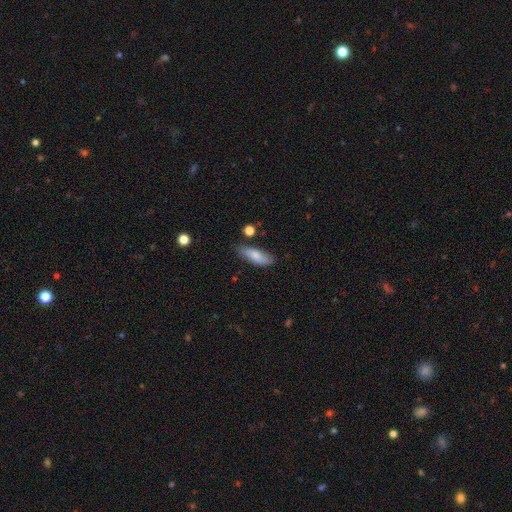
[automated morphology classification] smooth_or_featured: smooth (p=0.79) [alt: featured or disk p=0.15]
how_rounded: in between (p=0.61) [alt: cigar-shaped p=0.37]
merging: none (p=0.73) [alt: minor disturbance p=0.20]